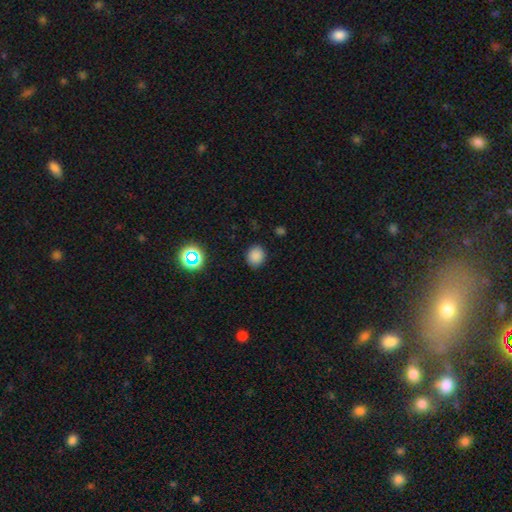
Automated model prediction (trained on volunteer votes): Smooth or featured: smooth — 83% (star or artifact — 13%)
How rounded: round — 71% (in between — 28%)
Merging: none — 86% (minor disturbance — 10%)